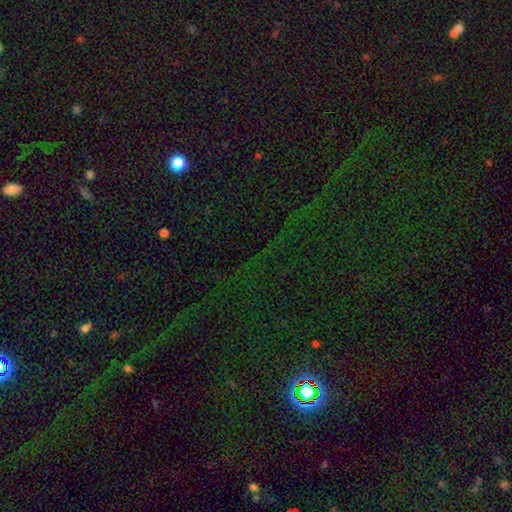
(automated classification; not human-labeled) smooth-or-featured: star or artifact: 77% | smooth: 15% | featured or disk: 8%